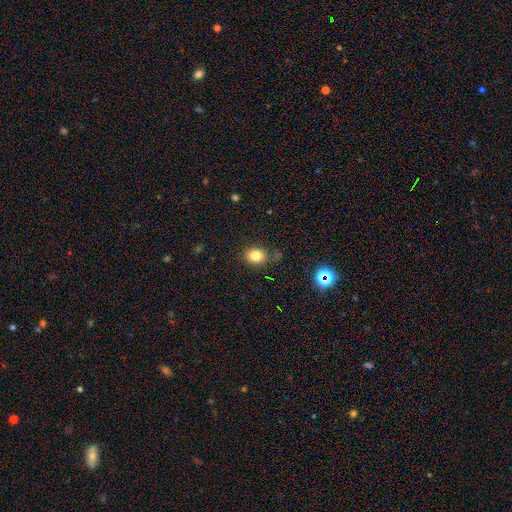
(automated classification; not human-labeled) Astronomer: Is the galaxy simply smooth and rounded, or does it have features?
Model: smooth — 81%.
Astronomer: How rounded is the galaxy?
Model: round — 53% (runner-up: in between, 46%).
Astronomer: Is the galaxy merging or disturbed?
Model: none — 78%.